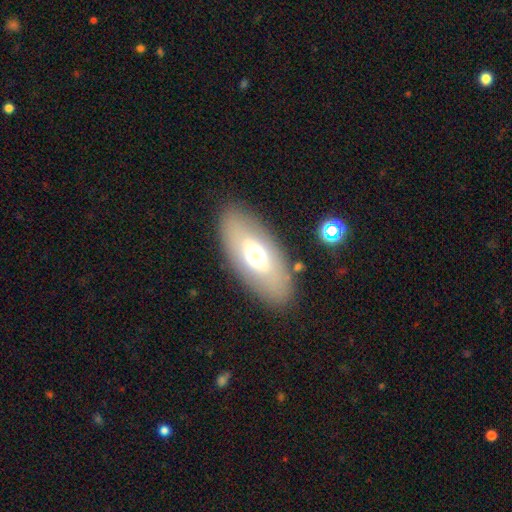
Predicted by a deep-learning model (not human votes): Q: Smooth or featured?
A: smooth (57%); runner-up: featured or disk (35%)
Q: How rounded?
A: in between (88%); runner-up: cigar-shaped (8%)
Q: Merging?
A: none (84%); runner-up: minor disturbance (10%)